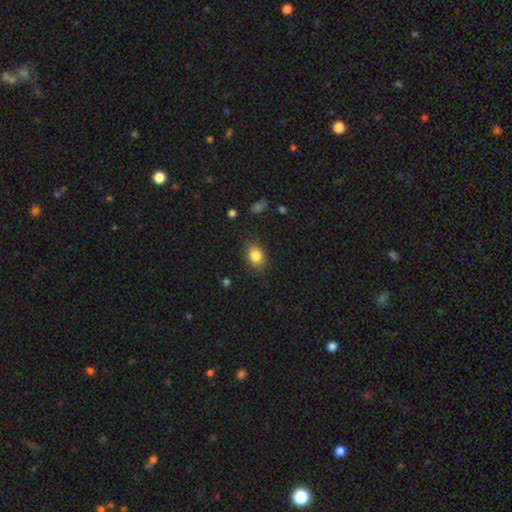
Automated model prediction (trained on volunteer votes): Smooth or featured: smooth — 85% (star or artifact — 9%)
How rounded: in between — 61% (round — 38%)
Merging: none — 82% (minor disturbance — 13%)